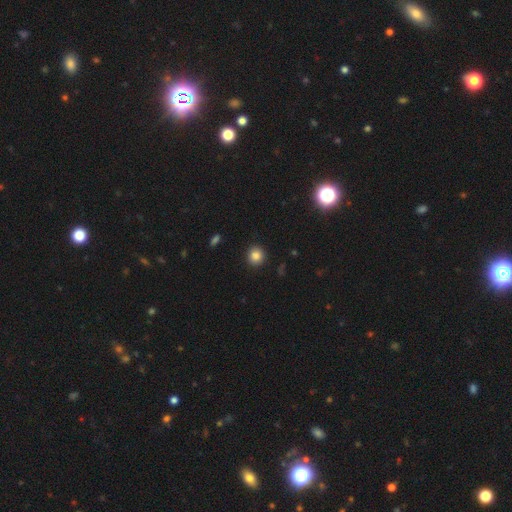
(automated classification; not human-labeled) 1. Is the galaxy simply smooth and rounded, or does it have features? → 84% smooth, 11% star or artifact, 5% featured or disk.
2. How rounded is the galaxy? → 89% round, 10% in between, 1% cigar-shaped.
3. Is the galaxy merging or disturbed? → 91% none, 6% minor disturbance, 2% major disturbance, 1% merger.